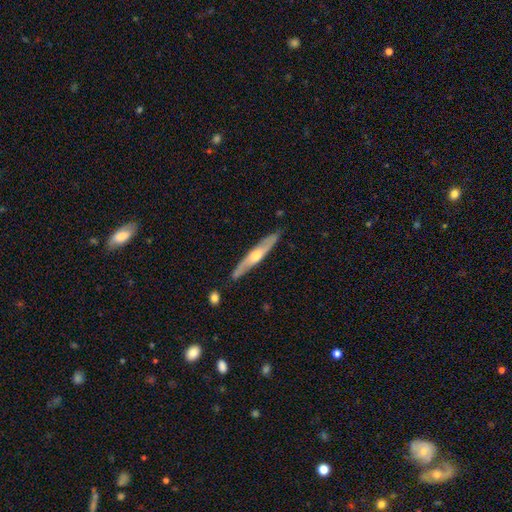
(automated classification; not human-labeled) Smooth or featured: featured or disk — 63% (smooth — 32%)
Edge-on disk: yes — 87% (no — 13%)
Edge-on bulge: rounded — 84% (none — 11%)
Merging: none — 84% (minor disturbance — 12%)